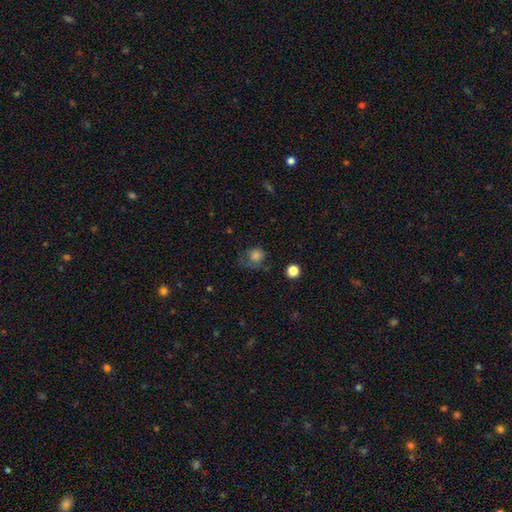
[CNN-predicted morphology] Overall: smooth (76%). How rounded: round (75%). Merging: none (44%; major disturbance 27%).